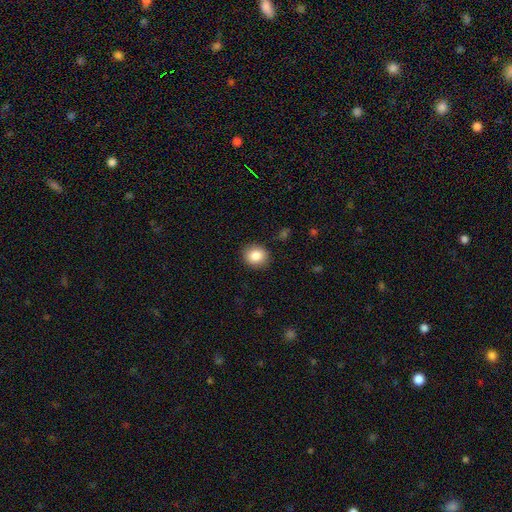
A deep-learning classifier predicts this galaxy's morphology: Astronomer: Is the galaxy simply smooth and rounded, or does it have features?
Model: smooth — 85%.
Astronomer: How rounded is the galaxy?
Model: round — 79%.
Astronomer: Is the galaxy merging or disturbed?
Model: none — 90%.